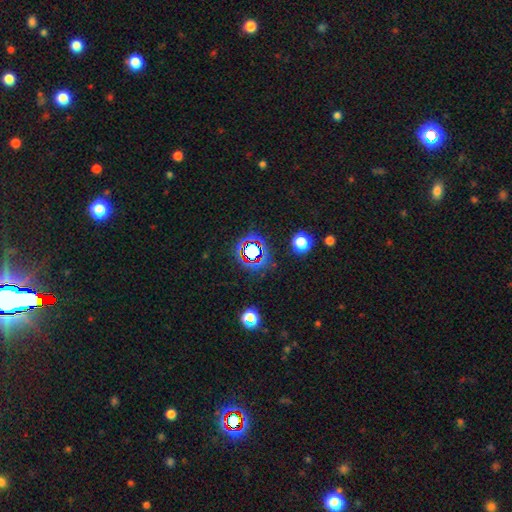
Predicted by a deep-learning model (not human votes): This is likely a star or artifact rather than a galaxy (77%).